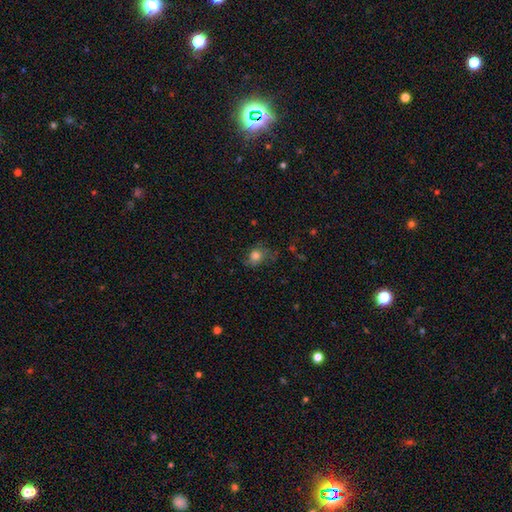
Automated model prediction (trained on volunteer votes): smooth_or_featured: smooth (p=0.78) [alt: featured or disk p=0.11]
how_rounded: round (p=0.62) [alt: in between p=0.37]
merging: none (p=0.56) [alt: minor disturbance p=0.27]